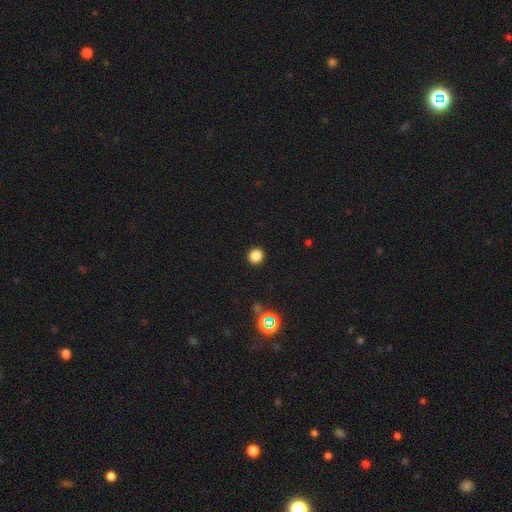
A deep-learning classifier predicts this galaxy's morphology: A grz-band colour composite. It shows a smooth galaxy with no disk features (82%) that is round (91%). Merging: none (93%).